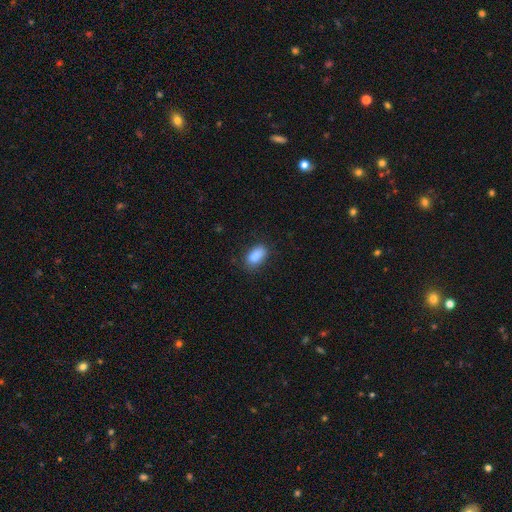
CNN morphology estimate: Smooth or featured? Predicted: smooth (p=0.88). How rounded? Predicted: in between (p=0.91). Merging? Predicted: none (p=0.77).